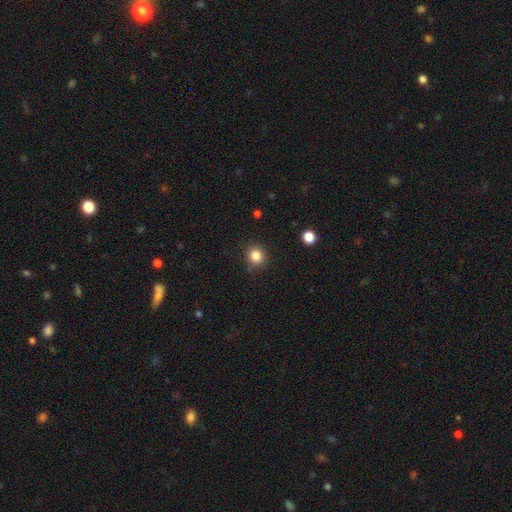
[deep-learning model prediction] smooth-or-featured: smooth: 84% | star or artifact: 12% | featured or disk: 4%
  how-rounded: round: 85% | in between: 14% | cigar-shaped: 1%
  merging: none: 87% | minor disturbance: 9% | major disturbance: 2% | merger: 1%